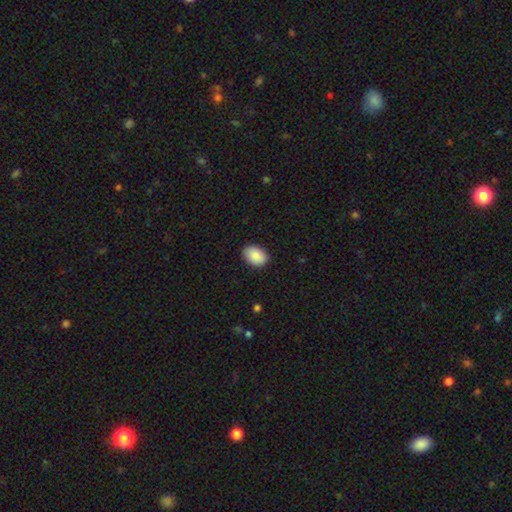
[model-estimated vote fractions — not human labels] This appears to be a smooth galaxy with no disk features (88%) that is in between round and cigar-shaped (80%). Merging: none (89%).